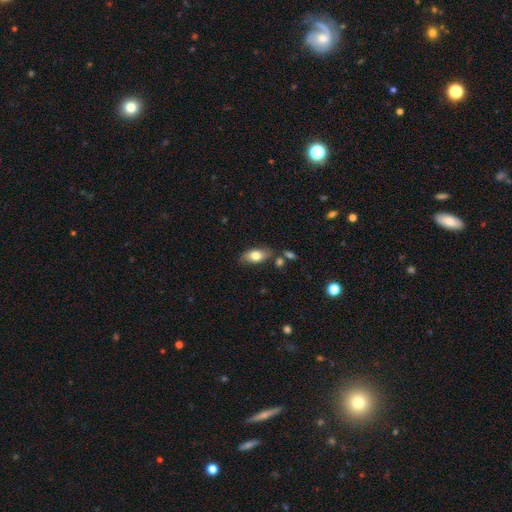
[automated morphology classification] A smooth galaxy with no disk features (76%) that is in between round and cigar-shaped (88%). Merging: none (75%).